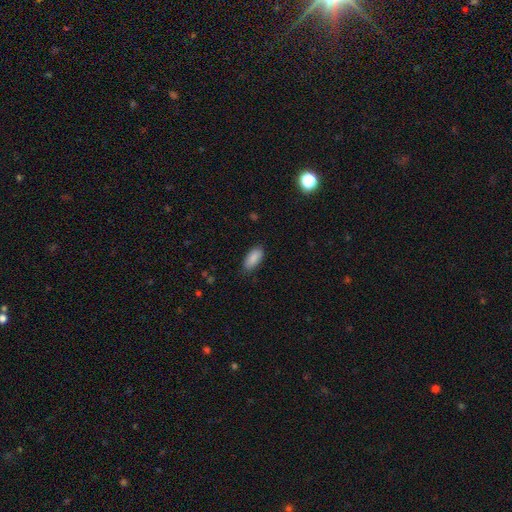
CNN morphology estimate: Smooth or featured?
  - smooth: 87% *
  - star or artifact: 7%
  - featured or disk: 6%
How rounded?
  - in between: 88% *
  - cigar-shaped: 10%
  - round: 2%
Merging?
  - none: 82% *
  - minor disturbance: 15%
  - major disturbance: 3%
  - merger: 1%